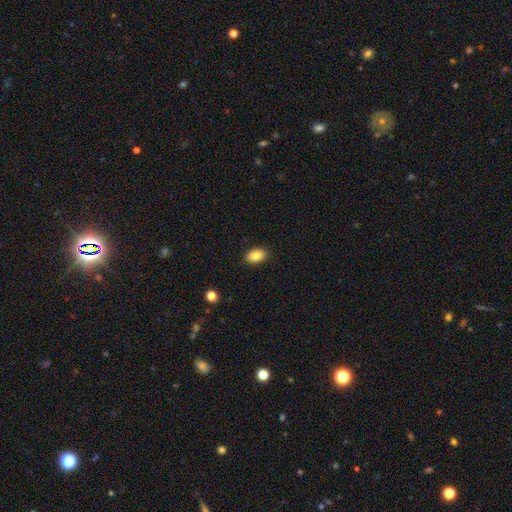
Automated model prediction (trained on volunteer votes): A smooth galaxy with no disk features (85%) that is in between round and cigar-shaped (87%).

Vote fractions:
- Smooth or featured? smooth: 85% / star or artifact: 8% / featured or disk: 6%
- How rounded? in between: 87% / round: 12% / cigar-shaped: 2%
- Merging? none: 89% / minor disturbance: 8% / major disturbance: 2% / merger: 1%